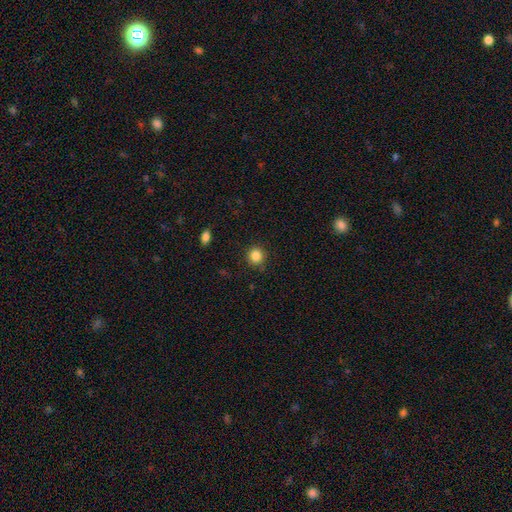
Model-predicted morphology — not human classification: A smooth galaxy with no disk features (85%) that is round (90%). Merging: none (88%).